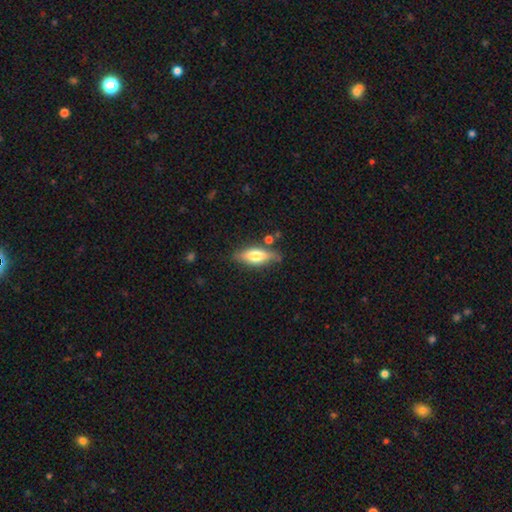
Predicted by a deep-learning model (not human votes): A smooth galaxy with no disk features (60%) that is in between round and cigar-shaped (64%).

Vote fractions:
- Smooth or featured? smooth: 60% / featured or disk: 34% / star or artifact: 7%
- How rounded? in between: 64% / cigar-shaped: 33% / round: 3%
- Merging? none: 73% / minor disturbance: 18% / merger: 4% / major disturbance: 4%